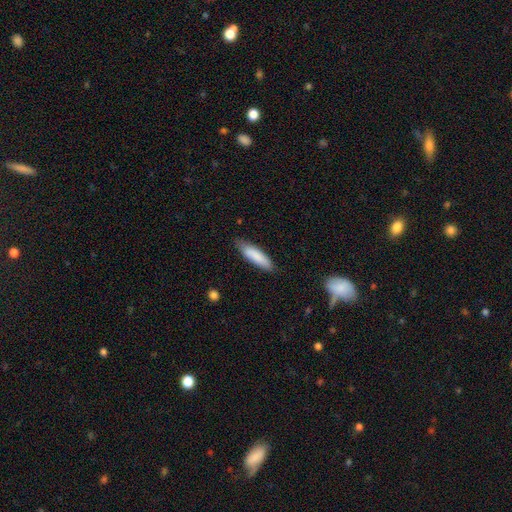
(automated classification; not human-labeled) smooth 85%, featured or disk 9%, star or artifact 6%. Down the decision tree: how rounded — cigar-shaped (58%); merging — none (79%).